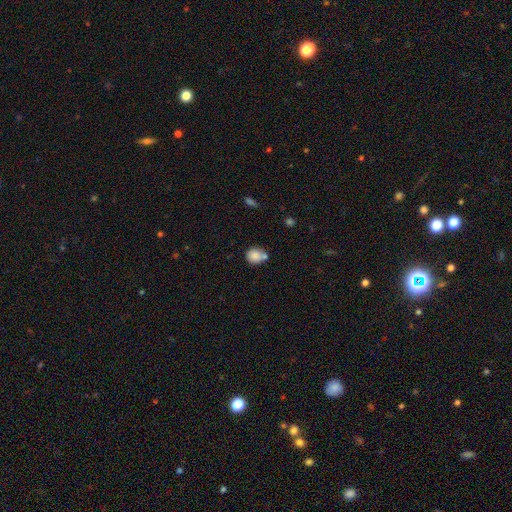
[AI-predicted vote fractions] Smooth or featured?
  - smooth: 84% *
  - star or artifact: 9%
  - featured or disk: 8%
How rounded?
  - round: 78% *
  - in between: 21%
  - cigar-shaped: 1%
Merging?
  - none: 54% *
  - merger: 24%
  - minor disturbance: 17%
  - major disturbance: 5%